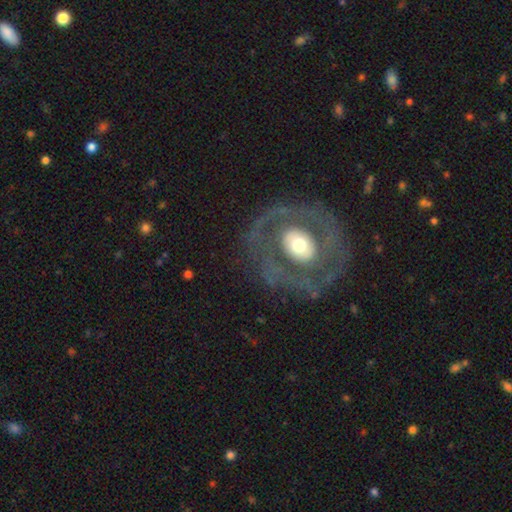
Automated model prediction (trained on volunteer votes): Smooth or featured: featured or disk — 73% (smooth — 21%)
Edge-on disk: no — 95% (yes — 5%)
Bar: no — 68% (weak — 20%)
Spiral arms: no — 60% (yes — 40%)
Bulge size: moderate — 57% (large — 24%)
Merging: none — 75% (minor disturbance — 13%)